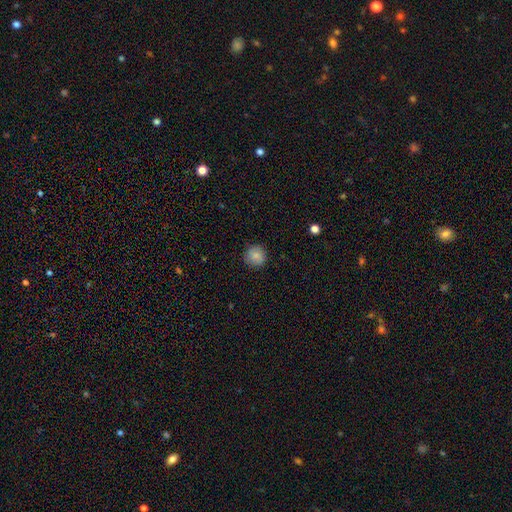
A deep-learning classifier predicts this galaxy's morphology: Overall: smooth (84%). How rounded: round (94%). Merging: none (89%).